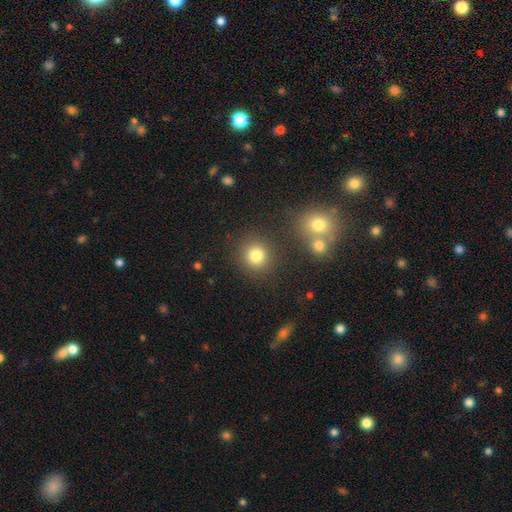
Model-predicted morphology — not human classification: Smooth or featured: smooth — 81% (star or artifact — 13%)
How rounded: round — 88% (in between — 11%)
Merging: none — 82% (minor disturbance — 8%)